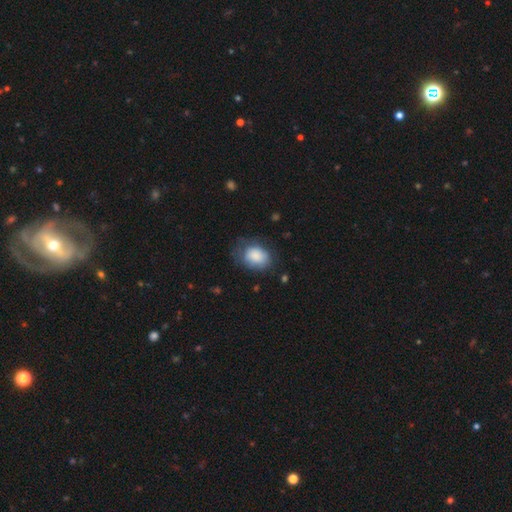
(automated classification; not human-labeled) Overall: smooth (82%). How rounded: in between (65%; round 34%). Merging: none (53%; minor disturbance 30%).